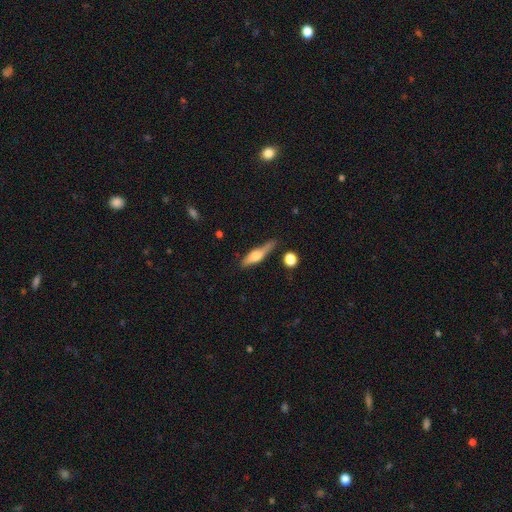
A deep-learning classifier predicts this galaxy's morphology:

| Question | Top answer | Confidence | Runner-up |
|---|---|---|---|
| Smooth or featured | smooth | 47% | tied: featured or disk (47%) |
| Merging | none | 68% | minor disturbance (21%) |